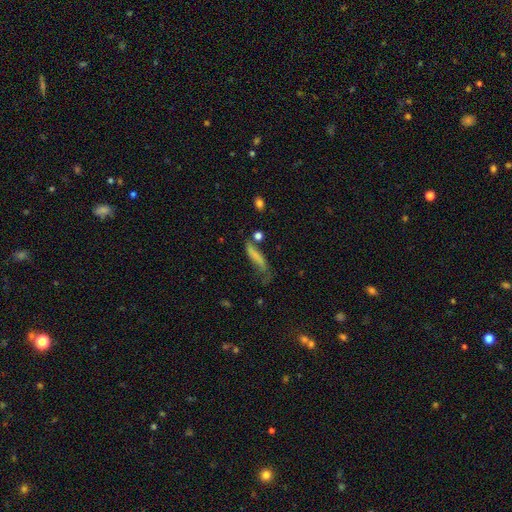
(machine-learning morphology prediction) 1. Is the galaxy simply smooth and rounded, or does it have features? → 64% smooth, 25% featured or disk, 10% star or artifact.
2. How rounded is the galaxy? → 75% cigar-shaped, 22% in between, 3% round.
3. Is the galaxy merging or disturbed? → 38% none, 28% minor disturbance, 25% major disturbance, 10% merger.